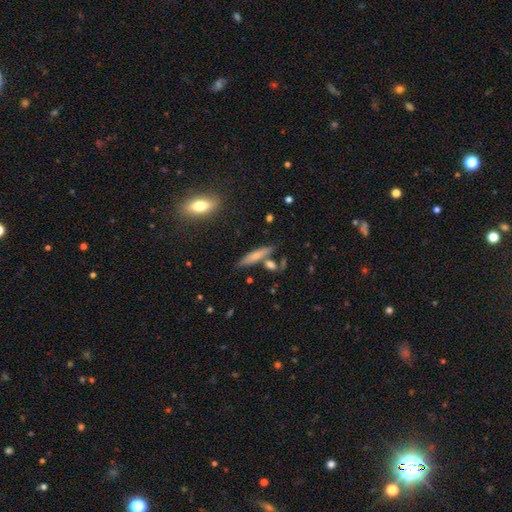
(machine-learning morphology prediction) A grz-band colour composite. It shows a smooth galaxy with no disk features (66%) that is cigar-shaped (81%). Merging: none (74%).